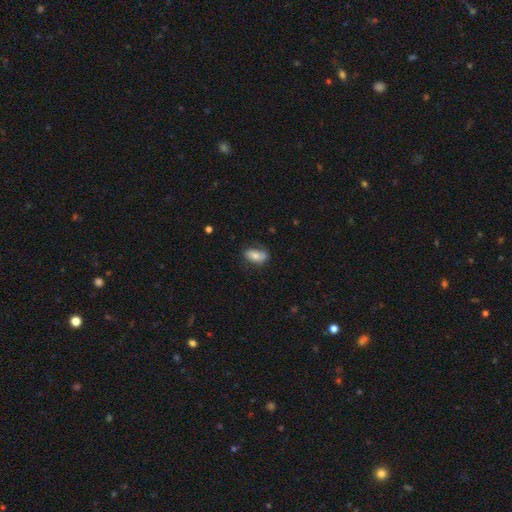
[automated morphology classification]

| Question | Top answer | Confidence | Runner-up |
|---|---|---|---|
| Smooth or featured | smooth | 69% | featured or disk (23%) |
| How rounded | in between | 90% | round (6%) |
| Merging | none | 59% | minor disturbance (27%) |